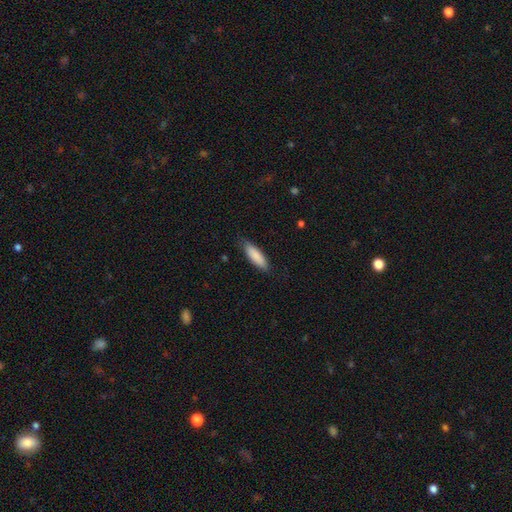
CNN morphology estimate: This appears to be a smooth galaxy with no disk features (87%) that is in between round and cigar-shaped (52%). Merging: none (80%).